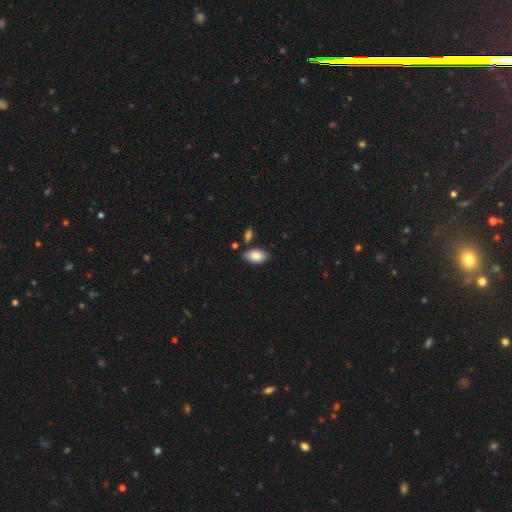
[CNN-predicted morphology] This is clearly a smooth galaxy (83%). How rounded: clearly in between (94%). Merging: clearly none (80%).